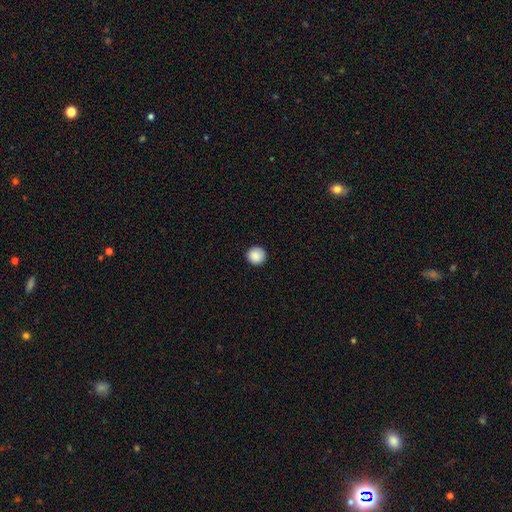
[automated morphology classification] smooth-or-featured: smooth: 89% | star or artifact: 8% | featured or disk: 3%
  how-rounded: round: 95% | in between: 4% | cigar-shaped: 1%
  merging: none: 92% | minor disturbance: 5% | major disturbance: 2% | merger: 1%